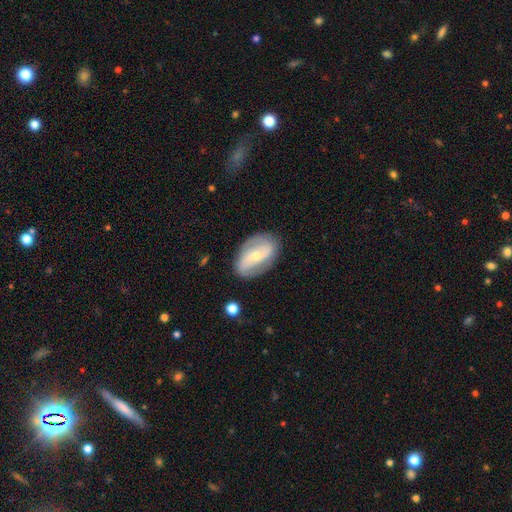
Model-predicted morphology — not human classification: Smooth or featured: featured or disk — 70% (smooth — 24%)
Edge-on disk: no — 94% (yes — 6%)
Bar: no — 36% (strong — 34%)
Spiral arms: yes — 74% (no — 26%)
Bulge size: small — 57% (moderate — 39%)
Merging: none — 80% (minor disturbance — 14%)